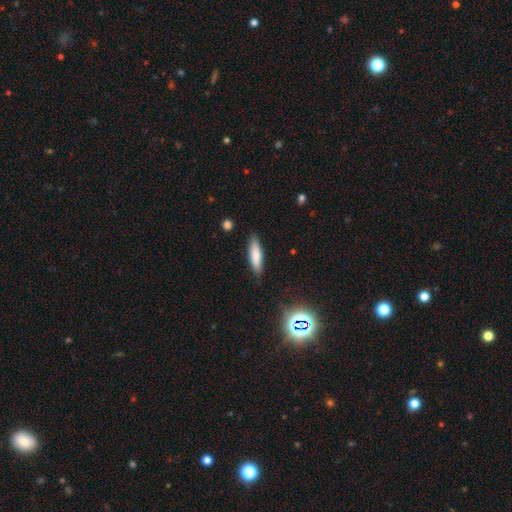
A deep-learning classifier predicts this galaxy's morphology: A smooth galaxy with no disk features (80%) that is cigar-shaped (66%). Merging: none (86%).